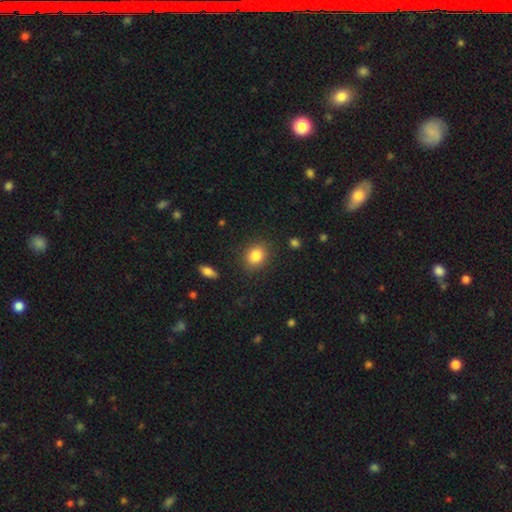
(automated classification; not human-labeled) The model was most divided on "how rounded": round: 63%, in between: 36%, cigar-shaped: 1%. More confident: merging — none (87%); smooth or featured — smooth (85%).